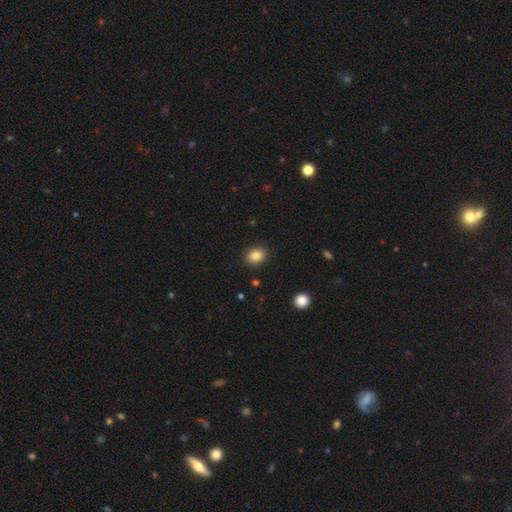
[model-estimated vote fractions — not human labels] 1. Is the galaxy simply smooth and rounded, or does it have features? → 85% smooth, 10% star or artifact, 5% featured or disk.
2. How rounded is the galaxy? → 54% round, 45% in between, 1% cigar-shaped.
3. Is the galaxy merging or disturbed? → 90% none, 7% minor disturbance, 2% major disturbance, 1% merger.